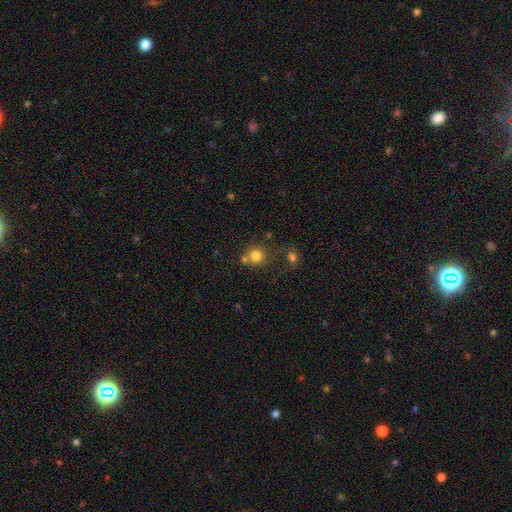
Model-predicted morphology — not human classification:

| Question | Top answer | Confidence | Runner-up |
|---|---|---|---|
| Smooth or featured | smooth | 79% | star or artifact (13%) |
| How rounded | round | 89% | in between (10%) |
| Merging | none | 59% | merger (26%) |